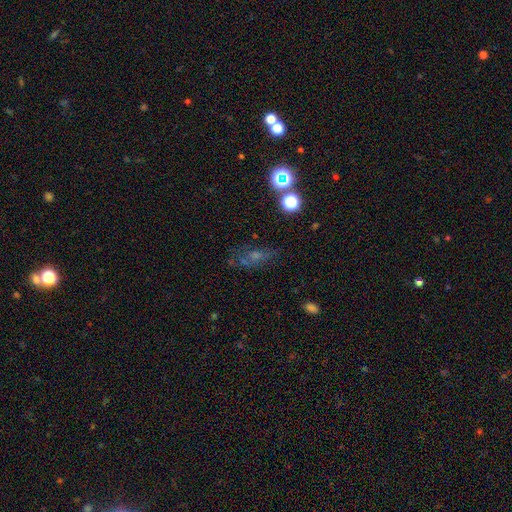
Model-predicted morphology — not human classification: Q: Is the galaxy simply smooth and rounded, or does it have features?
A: smooth — 36%.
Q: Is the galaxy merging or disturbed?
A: none — 63%.